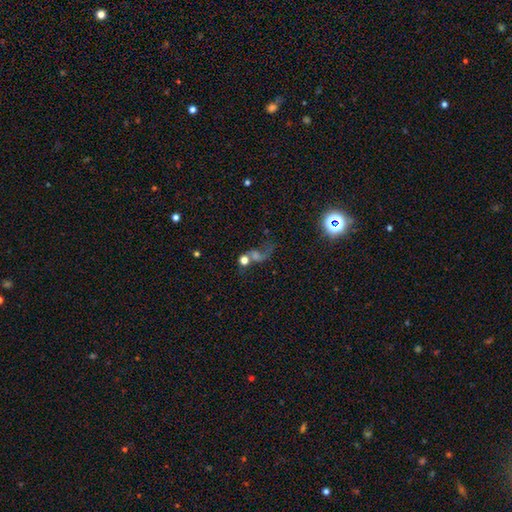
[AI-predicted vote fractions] Overall: featured or disk (38%; star or artifact 35%). Merging: merger (31%, tied with none).